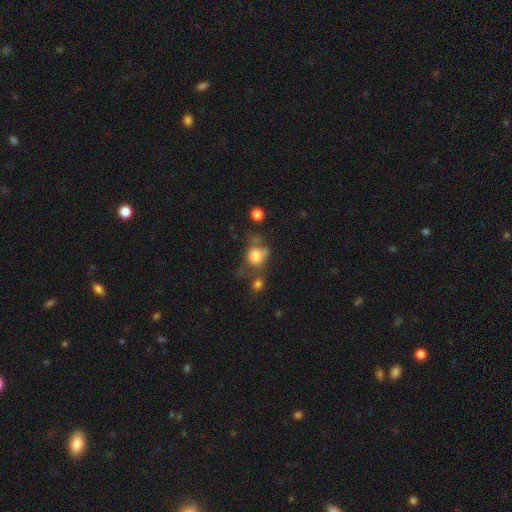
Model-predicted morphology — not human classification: Smooth or featured: smooth — 73% (featured or disk — 15%)
How rounded: round — 58% (in between — 41%)
Merging: none — 36% (merger — 24%)